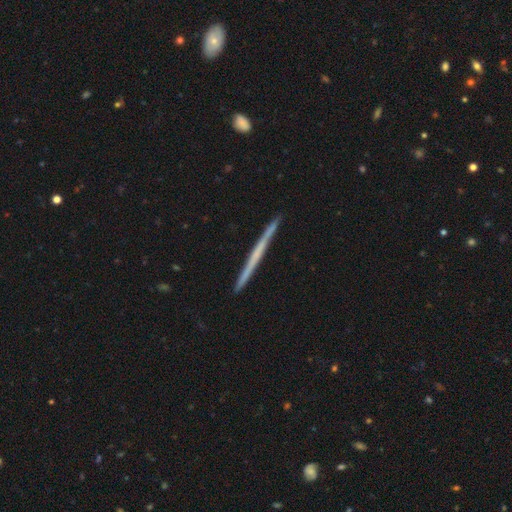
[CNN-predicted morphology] Smooth or featured: featured or disk — 61% (smooth — 33%)
Edge-on disk: yes — 98% (no — 2%)
Edge-on bulge: none — 86% (rounded — 10%)
Merging: none — 92% (minor disturbance — 6%)